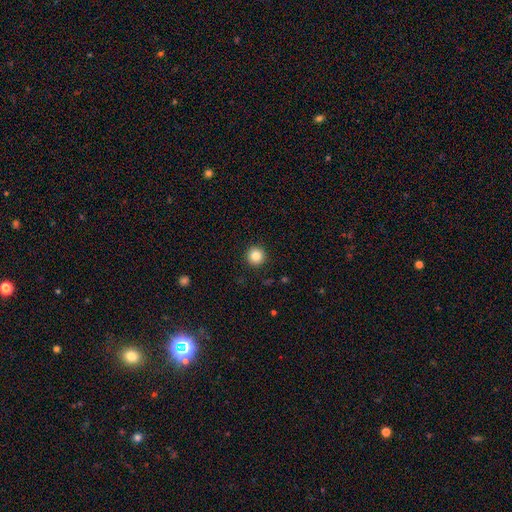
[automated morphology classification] smooth_or_featured: smooth (p=0.85) [alt: star or artifact p=0.10]
how_rounded: round (p=0.96) [alt: in between p=0.03]
merging: none (p=0.93) [alt: minor disturbance p=0.05]